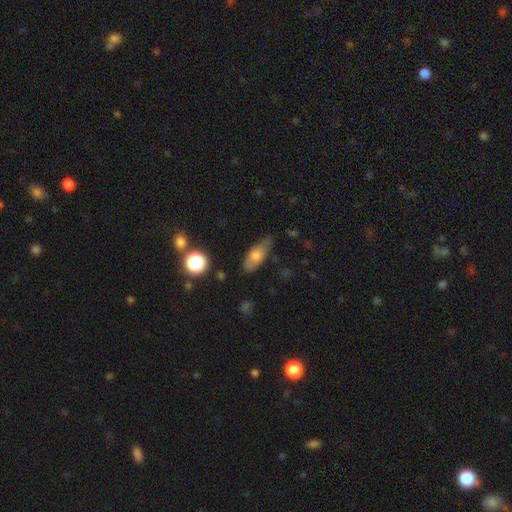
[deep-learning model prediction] This is likely a smooth galaxy (69%). How rounded: likely in between (75%). Merging: likely none (68%).